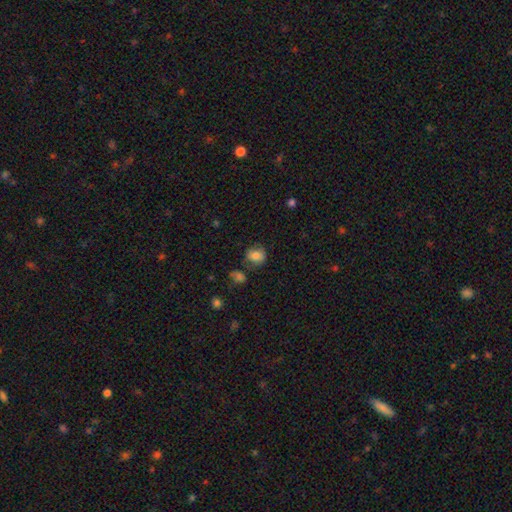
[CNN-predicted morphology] smooth-or-featured: smooth: 78% | featured or disk: 12% | star or artifact: 10%
  how-rounded: round: 62% | in between: 37% | cigar-shaped: 1%
  merging: none: 64% | minor disturbance: 20% | merger: 8% | major disturbance: 7%